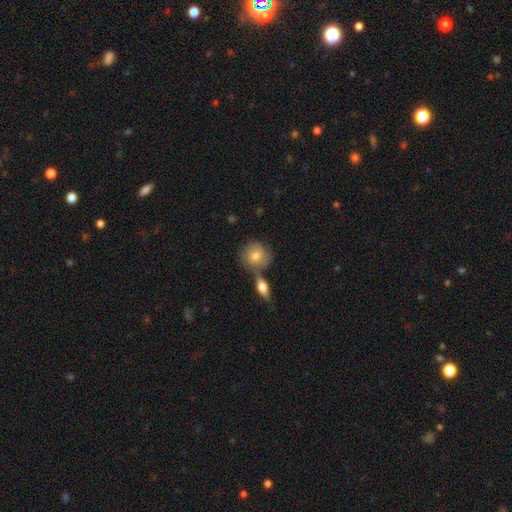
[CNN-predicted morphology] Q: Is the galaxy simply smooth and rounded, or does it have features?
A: smooth — 75%.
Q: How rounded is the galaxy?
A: round — 82%.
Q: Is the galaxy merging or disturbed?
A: none — 61%.